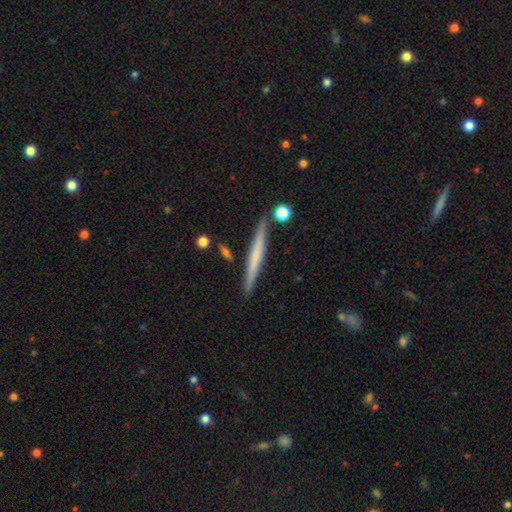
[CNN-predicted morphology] Smooth or featured? Predicted: featured or disk (p=0.47, tied with smooth). Merging? Predicted: none (p=0.87).